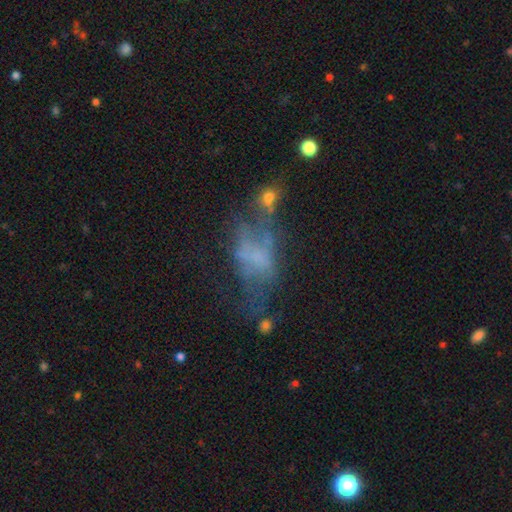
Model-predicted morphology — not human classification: type=featured or disk (48%); merging=major disturbance (37%).